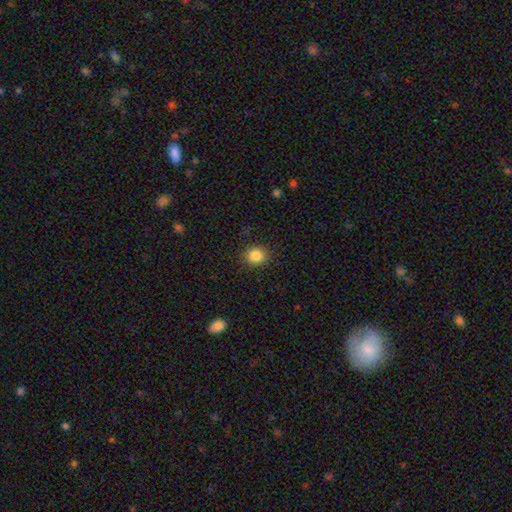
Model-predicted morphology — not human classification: This is clearly a smooth galaxy (85%). How rounded: likely round (77%). Merging: clearly none (89%).